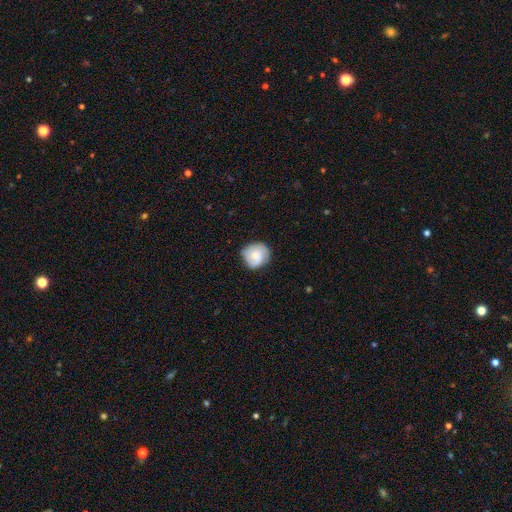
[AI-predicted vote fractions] This is possibly a featured or disk galaxy (47%). Merging: likely none (72%).